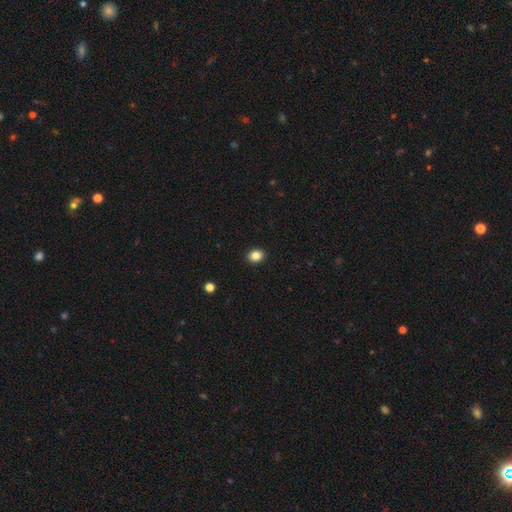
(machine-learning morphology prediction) Overall: smooth (85%). How rounded: round (61%; in between 38%). Merging: none (92%).